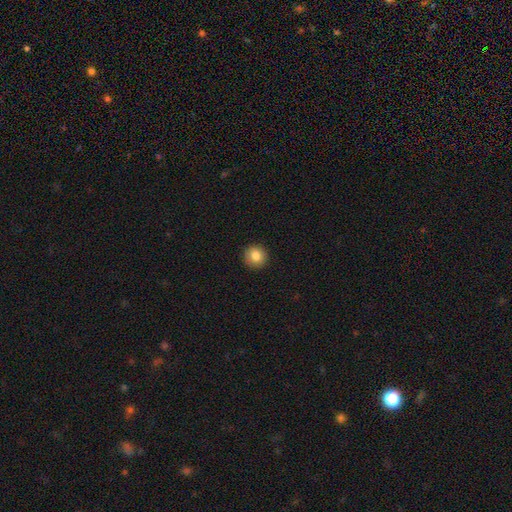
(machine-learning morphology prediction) The model was most divided on "smooth or featured": smooth: 84%, star or artifact: 9%, featured or disk: 7%. More confident: how rounded — round (93%); merging — none (92%).